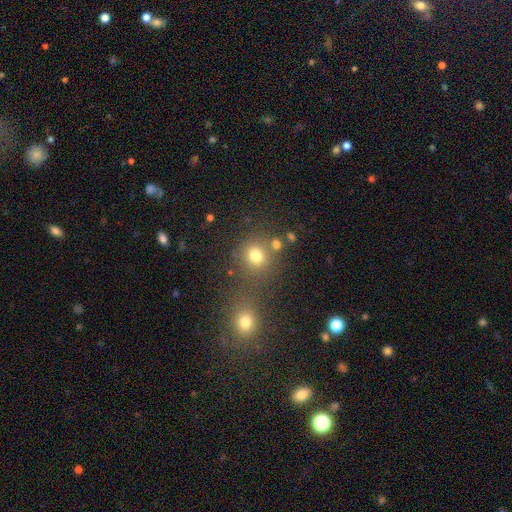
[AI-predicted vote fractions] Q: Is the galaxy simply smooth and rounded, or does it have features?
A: smooth — 75%.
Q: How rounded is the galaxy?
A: round — 83%.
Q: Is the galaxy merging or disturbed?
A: none — 62%.